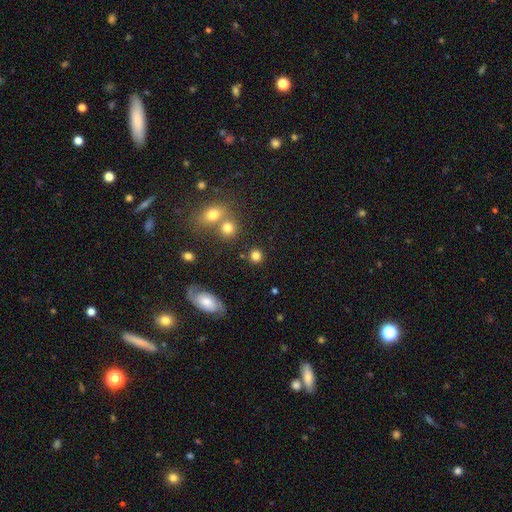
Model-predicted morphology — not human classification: Overall: smooth (80%). How rounded: round (88%). Merging: none (82%).